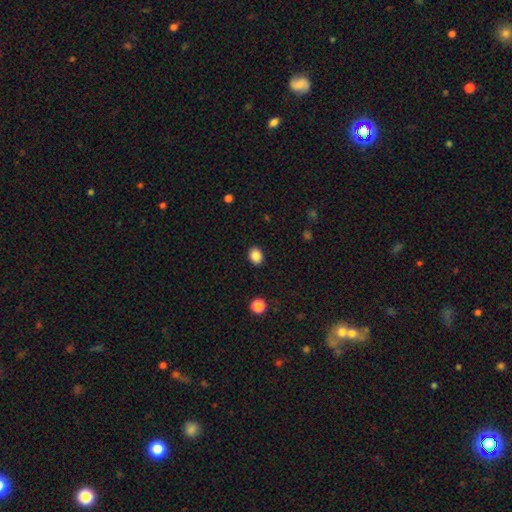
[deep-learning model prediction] This is clearly a smooth galaxy (86%). How rounded: possibly round (56%). Merging: clearly none (91%).